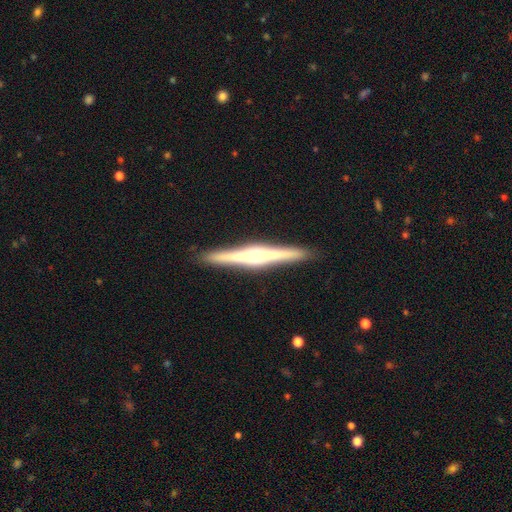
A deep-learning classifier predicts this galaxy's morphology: Q: Smooth or featured?
A: featured or disk (80%); runner-up: smooth (15%)
Q: Edge-on disk?
A: yes (98%); runner-up: no (2%)
Q: Edge-on bulge?
A: rounded (77%); runner-up: boxy (16%)
Q: Merging?
A: none (92%); runner-up: minor disturbance (6%)